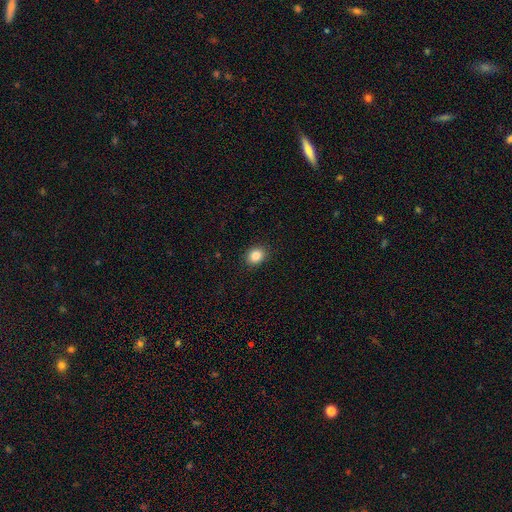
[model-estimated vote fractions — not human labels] This is clearly a smooth galaxy (85%). How rounded: possibly round (55%). Merging: clearly none (90%).